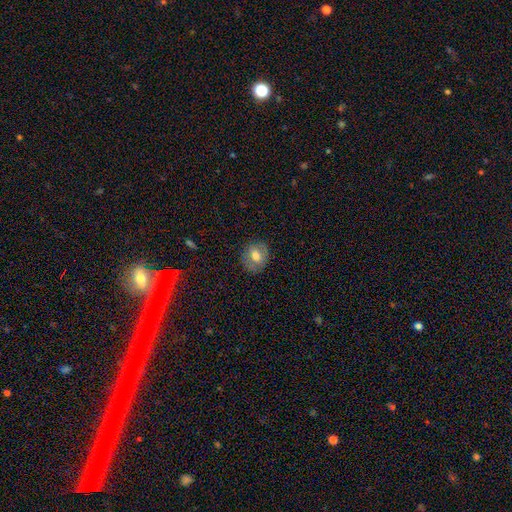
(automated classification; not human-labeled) smooth-or-featured: smooth: 68% | featured or disk: 23% | star or artifact: 9%
  how-rounded: round: 69% | in between: 30% | cigar-shaped: 1%
  merging: none: 83% | minor disturbance: 12% | major disturbance: 3% | merger: 1%